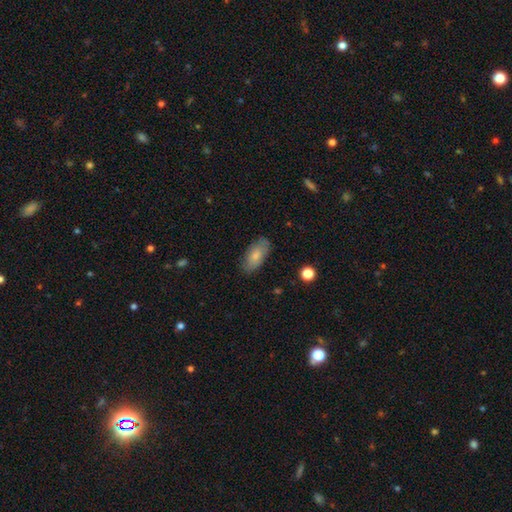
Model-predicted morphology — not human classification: The model was most divided on "merging": none: 78%, minor disturbance: 17%, major disturbance: 4%, merger: 1%. More confident: how rounded — in between (90%); smooth or featured — smooth (79%).